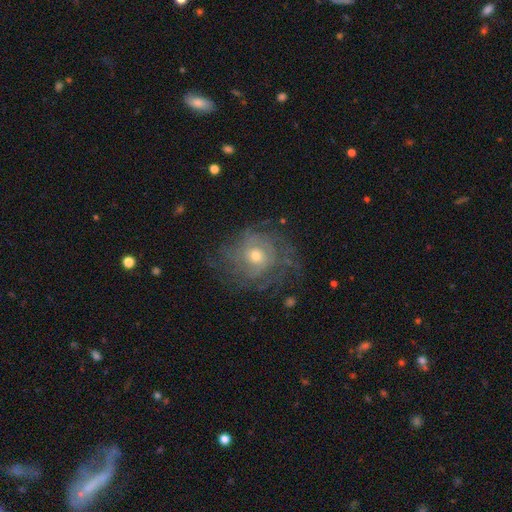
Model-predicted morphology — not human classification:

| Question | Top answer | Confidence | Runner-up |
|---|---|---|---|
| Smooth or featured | featured or disk | 70% | smooth (18%) |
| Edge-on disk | no | 97% | yes (3%) |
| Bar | no | 78% | weak (19%) |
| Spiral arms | yes | 82% | no (18%) |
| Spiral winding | tight | 56% | medium (31%) |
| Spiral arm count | can't tell | 55% | 3 (12%) |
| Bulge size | moderate | 53% | small (42%) |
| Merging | none | 67% | minor disturbance (18%) |